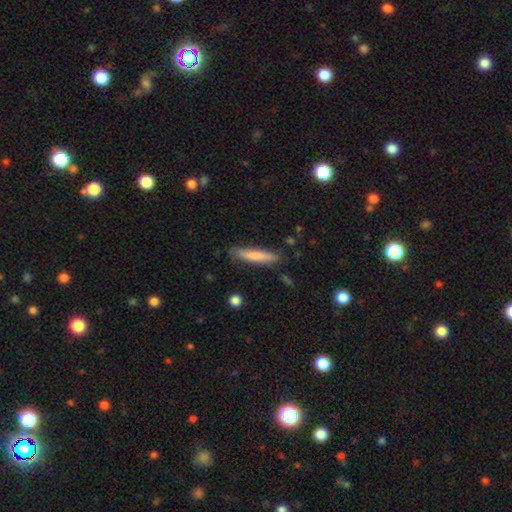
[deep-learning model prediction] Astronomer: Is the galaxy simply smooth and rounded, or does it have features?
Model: smooth — 75%.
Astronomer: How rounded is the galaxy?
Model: cigar-shaped — 90%.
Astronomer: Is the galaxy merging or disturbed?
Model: none — 82%.